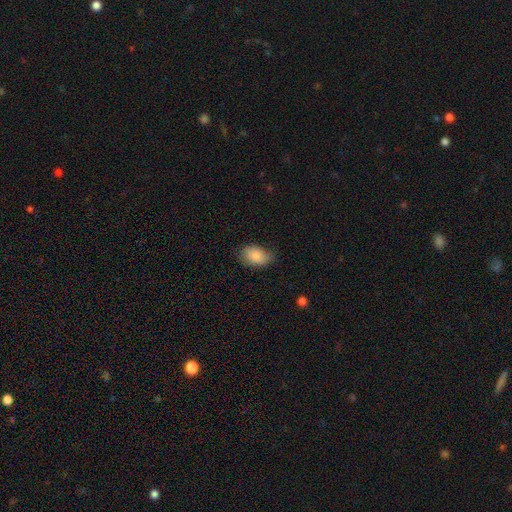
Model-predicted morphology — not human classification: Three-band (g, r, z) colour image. It shows a smooth galaxy with no disk features (85%) that is in between round and cigar-shaped (88%). Merging: none (66%).